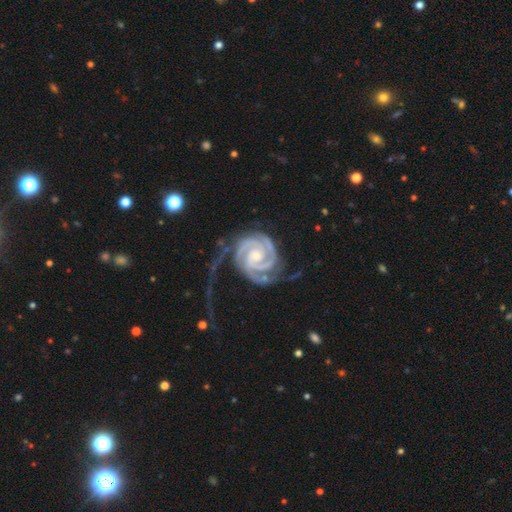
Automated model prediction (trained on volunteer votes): Smooth or featured: featured or disk — 95% (star or artifact — 3%)
Edge-on disk: no — 98% (yes — 2%)
Bar: no — 62% (weak — 26%)
Spiral arms: yes — 99% (no — 1%)
Spiral winding: tight — 77% (medium — 20%)
Spiral arm count: 2 — 53% (3 — 27%)
Bulge size: small — 59% (moderate — 37%)
Merging: none — 42% (major disturbance — 31%)